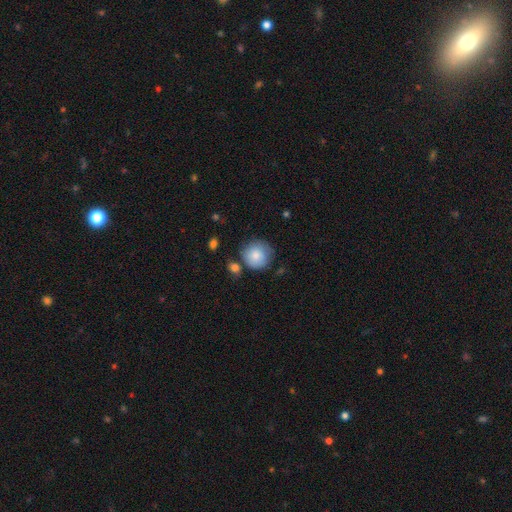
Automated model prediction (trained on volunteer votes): Morphology: type=smooth (83%); roundness=round (93%); merging=none (70%).